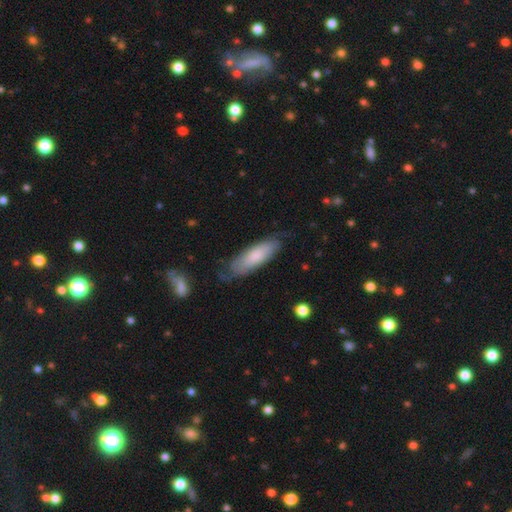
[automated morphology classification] Overall: smooth (68%). How rounded: in between (55%; cigar-shaped 43%). Merging: none (65%; minor disturbance 25%).